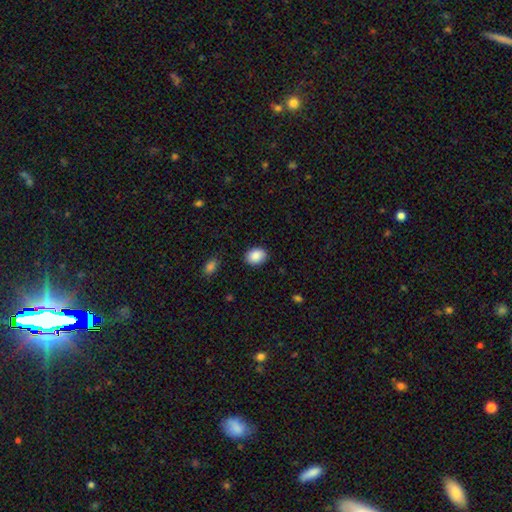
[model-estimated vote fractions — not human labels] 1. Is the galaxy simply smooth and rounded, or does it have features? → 89% smooth, 7% star or artifact, 4% featured or disk.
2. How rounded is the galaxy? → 62% in between, 37% round, 1% cigar-shaped.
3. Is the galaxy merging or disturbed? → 87% none, 9% minor disturbance, 2% major disturbance, 1% merger.